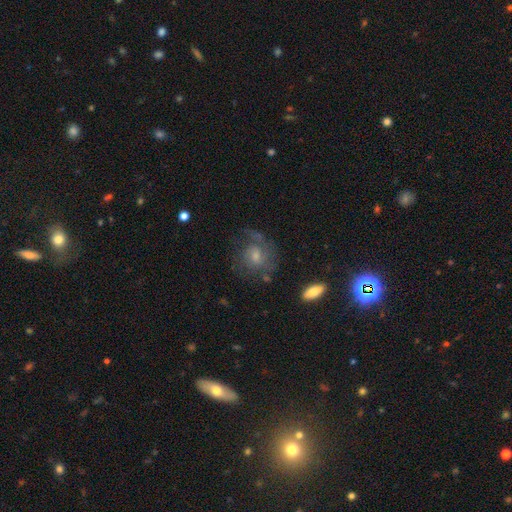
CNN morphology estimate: Smooth or featured? featured or disk (66%)
Edge-on disk? no (97%)
Bar? no (63%)
Spiral arms? yes (87%)
Spiral winding? medium (41%)
Spiral arm count? 2 (32%)
Bulge size? small (44%, tied with moderate)
Merging? none (62%)